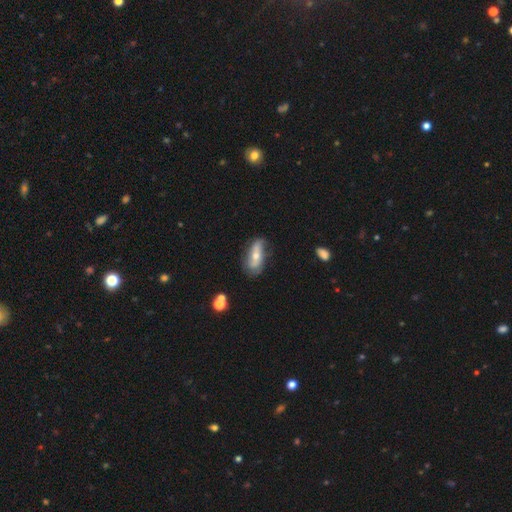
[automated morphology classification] The model was most divided on "smooth or featured": featured or disk: 53%, smooth: 40%, star or artifact: 7%. More confident: edge-on disk — no (77%); merging — none (63%).